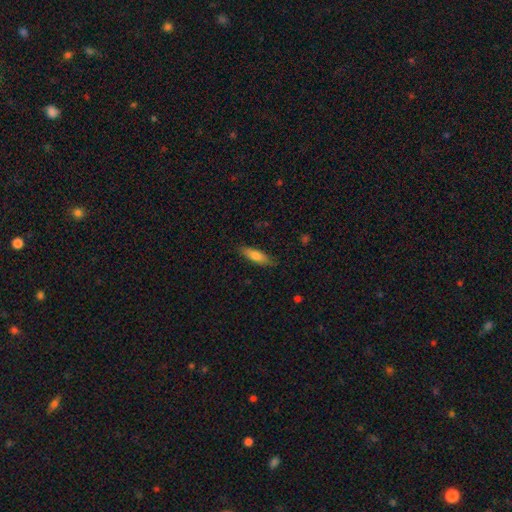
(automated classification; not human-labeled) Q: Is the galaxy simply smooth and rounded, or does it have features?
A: smooth — 73%.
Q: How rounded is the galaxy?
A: cigar-shaped — 56%.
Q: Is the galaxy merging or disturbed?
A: none — 84%.